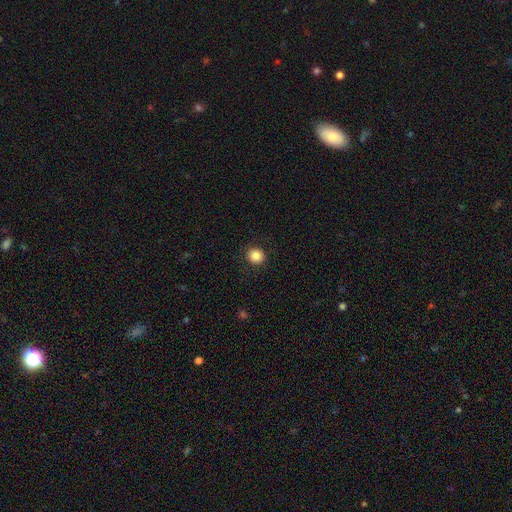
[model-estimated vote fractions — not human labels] A smooth galaxy with no disk features (86%) that is round (88%). Merging: none (90%).